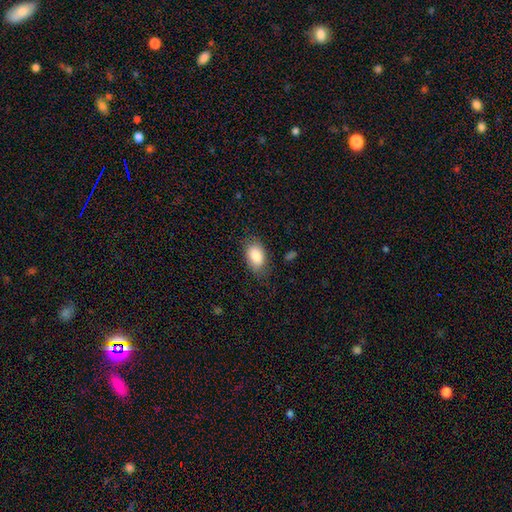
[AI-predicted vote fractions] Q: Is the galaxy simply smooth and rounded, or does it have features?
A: smooth — 86%.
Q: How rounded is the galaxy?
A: in between — 91%.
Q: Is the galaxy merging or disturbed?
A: none — 73%.